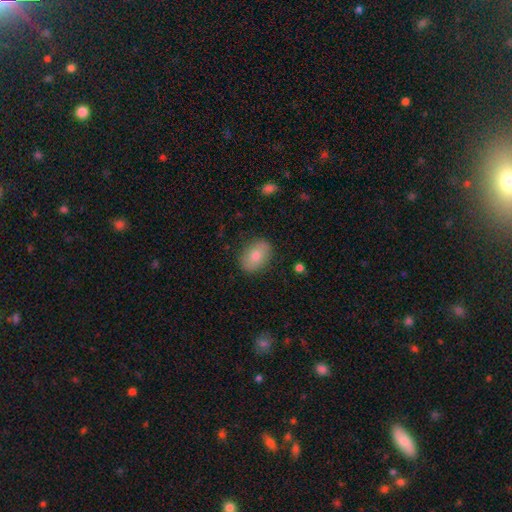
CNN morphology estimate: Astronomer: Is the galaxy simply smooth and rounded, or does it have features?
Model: smooth — 78%.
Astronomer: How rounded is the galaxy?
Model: in between — 80%.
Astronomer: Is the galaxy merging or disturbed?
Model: none — 85%.